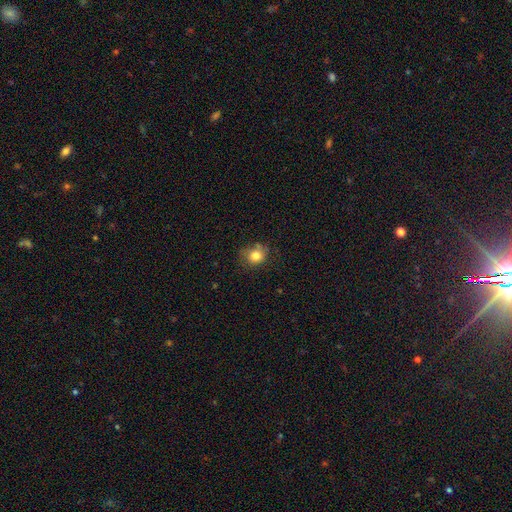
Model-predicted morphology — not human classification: A smooth galaxy with no disk features (80%) that is round (72%).

Vote fractions:
- Smooth or featured? smooth: 80% / star or artifact: 11% / featured or disk: 9%
- How rounded? round: 72% / in between: 27% / cigar-shaped: 1%
- Merging? none: 67% / minor disturbance: 23% / major disturbance: 6% / merger: 4%